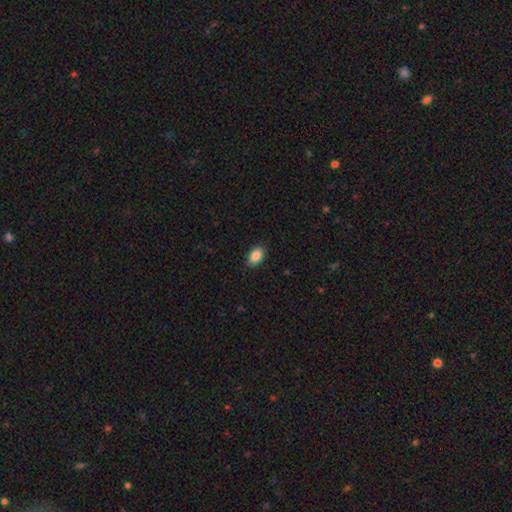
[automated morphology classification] Smooth or featured: smooth — 88% (star or artifact — 8%)
How rounded: in between — 91% (round — 8%)
Merging: none — 88% (minor disturbance — 9%)